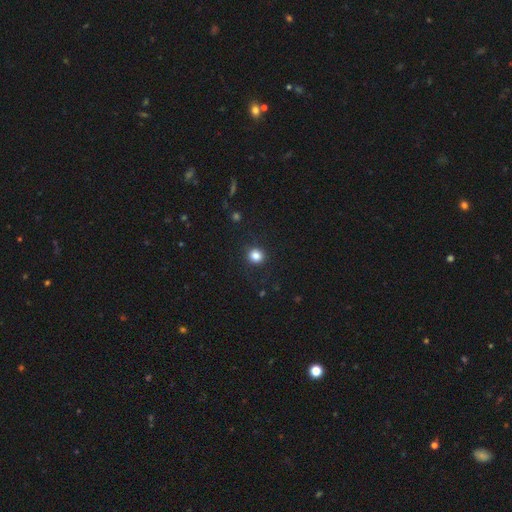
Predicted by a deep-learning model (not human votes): smooth_or_featured: smooth (p=0.84) [alt: star or artifact p=0.12]
how_rounded: round (p=0.87) [alt: in between p=0.12]
merging: none (p=0.88) [alt: minor disturbance p=0.08]